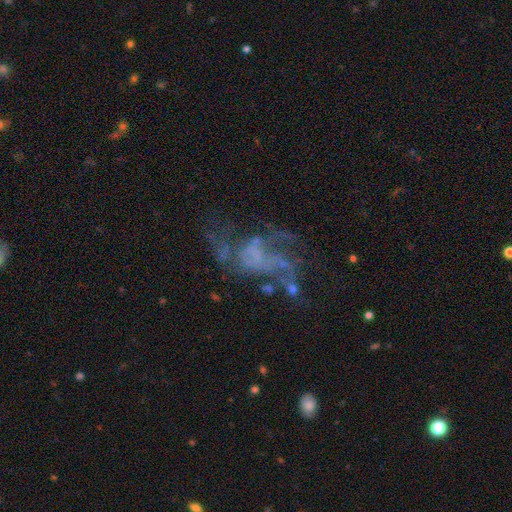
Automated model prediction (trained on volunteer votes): featured or disk 65%, star or artifact 20%, smooth 16%. Down the decision tree: edge-on disk — no (98%); bar — no (79%); spiral arms — no (66%); bulge size — none (76%); merging — major disturbance (45%).